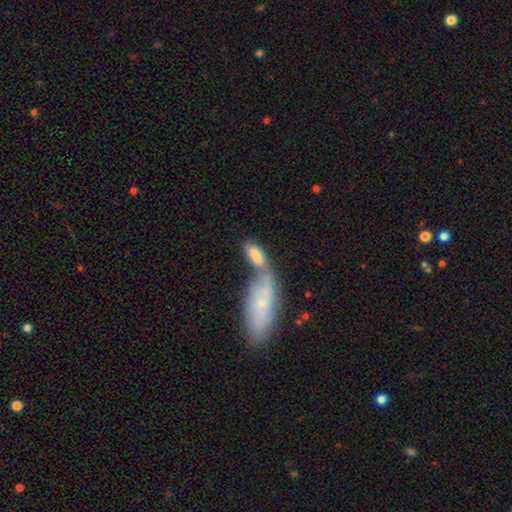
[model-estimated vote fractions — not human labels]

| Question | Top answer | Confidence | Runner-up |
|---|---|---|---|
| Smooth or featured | smooth | 77% | featured or disk (16%) |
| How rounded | in between | 79% | cigar-shaped (19%) |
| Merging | merger | 56% | none (28%) |